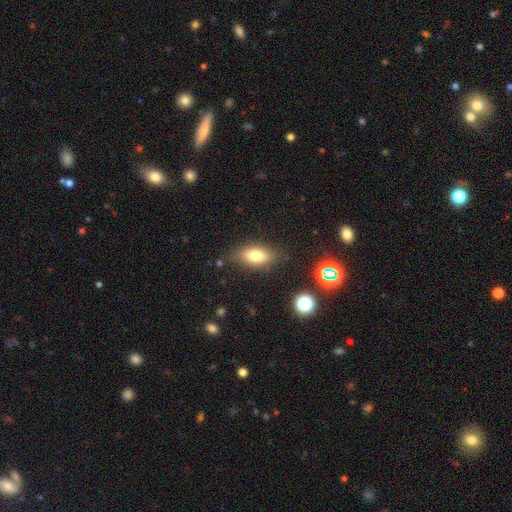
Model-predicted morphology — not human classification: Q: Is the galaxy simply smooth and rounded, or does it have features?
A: smooth — 71%.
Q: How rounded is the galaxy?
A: in between — 81%.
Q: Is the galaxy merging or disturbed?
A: none — 80%.